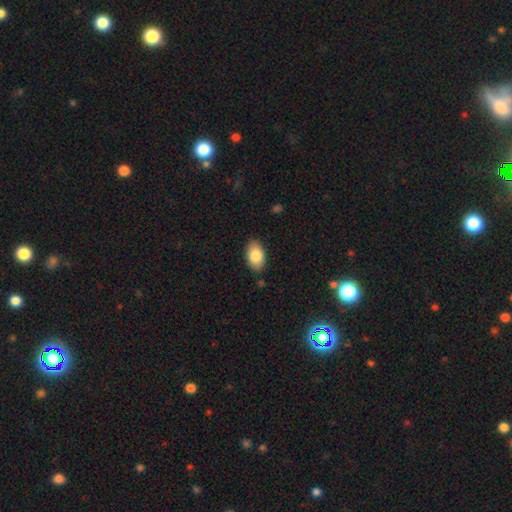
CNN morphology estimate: A smooth galaxy with no disk features (83%) that is in between round and cigar-shaped (91%).

Vote fractions:
- Smooth or featured? smooth: 83% / featured or disk: 10% / star or artifact: 7%
- How rounded? in between: 91% / round: 7% / cigar-shaped: 1%
- Merging? none: 86% / minor disturbance: 11% / major disturbance: 2% / merger: 1%